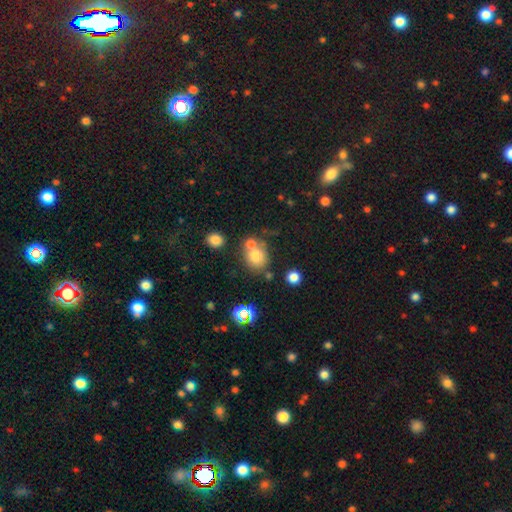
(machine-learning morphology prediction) smooth_or_featured: smooth (p=0.73) [alt: star or artifact p=0.14]
how_rounded: round (p=0.76) [alt: in between p=0.23]
merging: none (p=0.52) [alt: merger p=0.33]